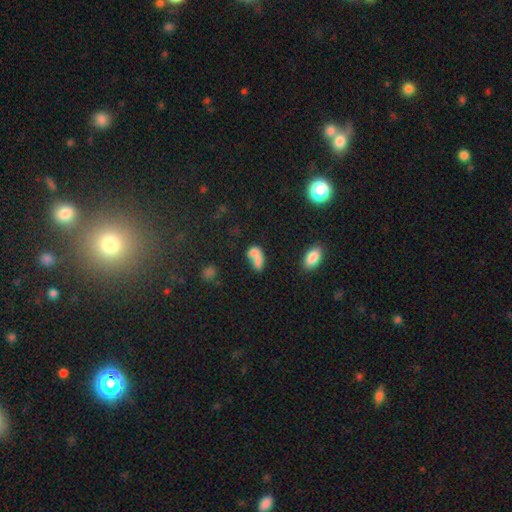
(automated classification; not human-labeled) This appears to be a smooth galaxy with no disk features (71%) that is in between round and cigar-shaped (78%). Merging: merger (55%).